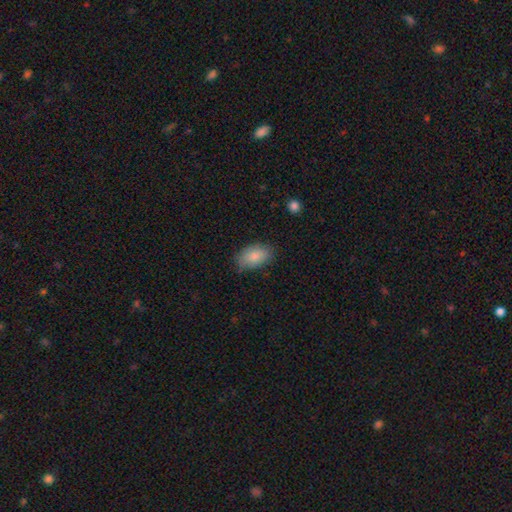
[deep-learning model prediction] The model was most divided on "merging": none: 81%, minor disturbance: 15%, major disturbance: 3%, merger: 1%. More confident: how rounded — in between (93%); smooth or featured — smooth (86%).